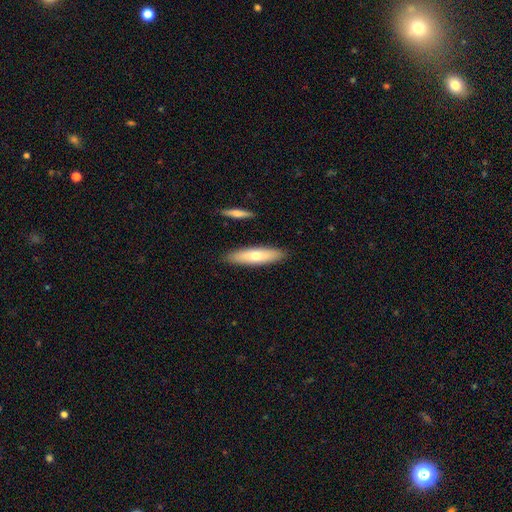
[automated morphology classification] Smooth or featured: smooth — 62% (featured or disk — 32%)
How rounded: cigar-shaped — 64% (in between — 34%)
Merging: none — 88% (minor disturbance — 8%)